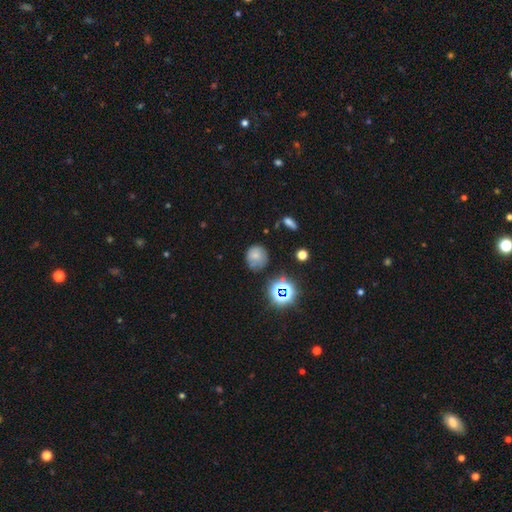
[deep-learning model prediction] Smooth or featured? Predicted: smooth (p=0.67). How rounded? Predicted: round (p=0.82). Merging? Predicted: none (p=0.62).